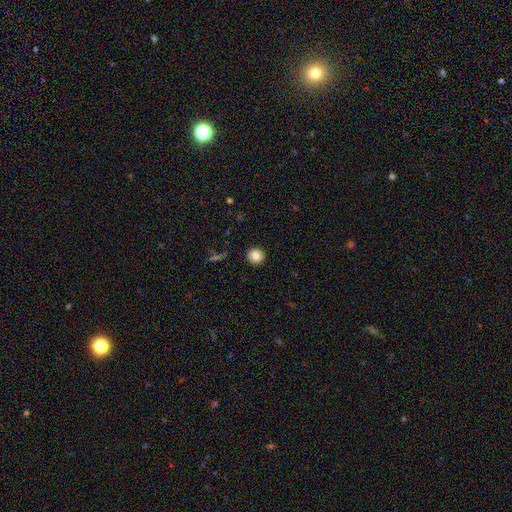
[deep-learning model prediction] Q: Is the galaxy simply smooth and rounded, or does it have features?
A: smooth — 85%.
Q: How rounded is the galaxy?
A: round — 91%.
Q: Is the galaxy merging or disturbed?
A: none — 92%.